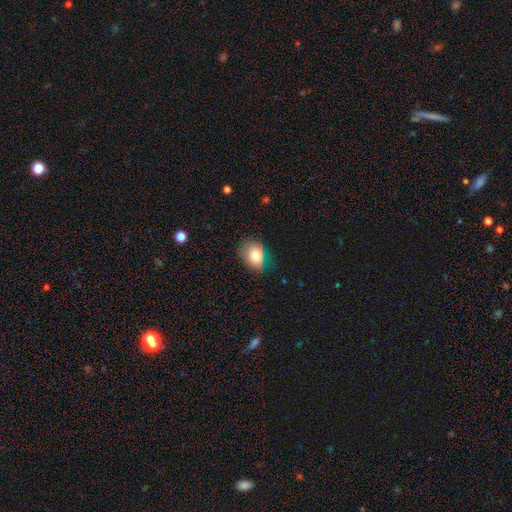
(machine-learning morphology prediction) Smooth or featured: smooth — 77% (featured or disk — 12%)
How rounded: in between — 62% (round — 37%)
Merging: none — 68% (minor disturbance — 24%)